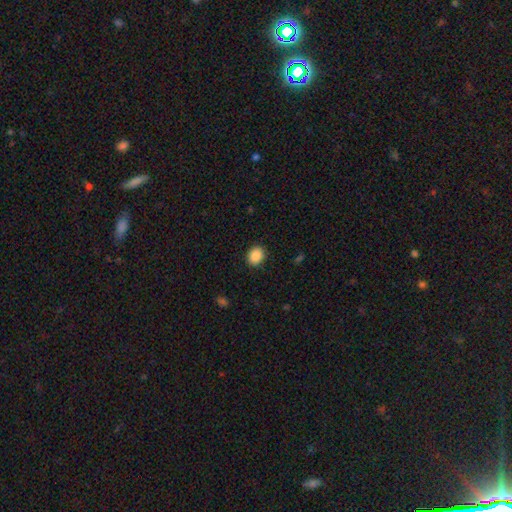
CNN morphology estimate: smooth_or_featured: smooth (p=0.89) [alt: star or artifact p=0.08]
how_rounded: round (p=0.59) [alt: in between p=0.40]
merging: none (p=0.89) [alt: minor disturbance p=0.07]